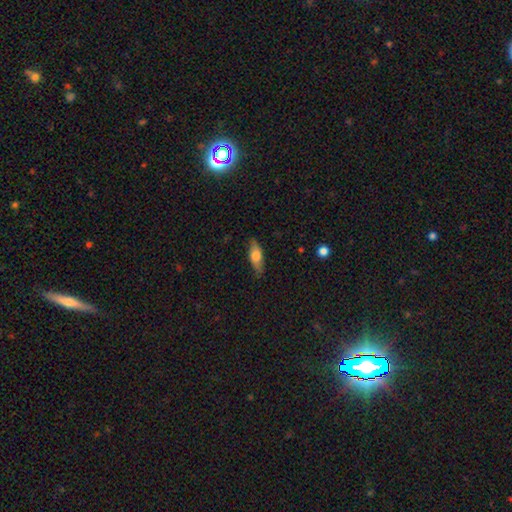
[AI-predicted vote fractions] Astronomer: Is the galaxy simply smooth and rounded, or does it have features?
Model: smooth — 63%.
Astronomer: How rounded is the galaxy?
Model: in between — 62%.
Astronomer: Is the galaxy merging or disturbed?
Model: none — 81%.